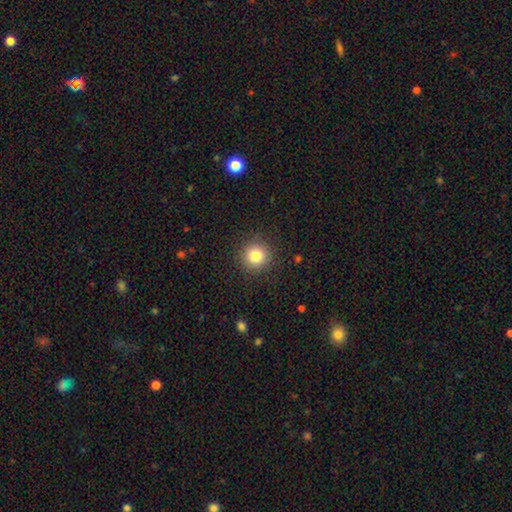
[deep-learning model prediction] A smooth galaxy with no disk features (82%) that is round (94%).

Vote fractions:
- Smooth or featured? smooth: 82% / star or artifact: 11% / featured or disk: 7%
- How rounded? round: 94% / in between: 5% / cigar-shaped: 1%
- Merging? none: 90% / minor disturbance: 6% / major disturbance: 2% / merger: 1%